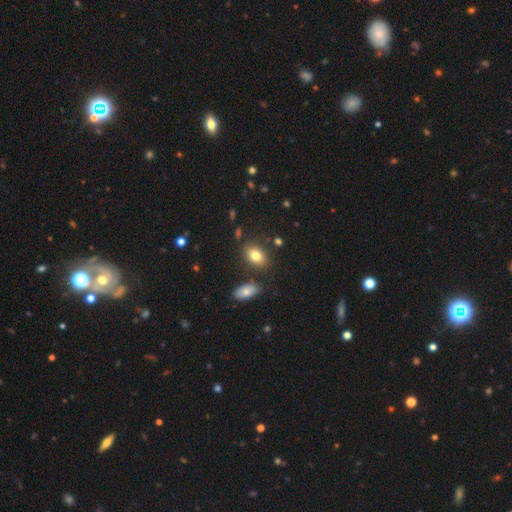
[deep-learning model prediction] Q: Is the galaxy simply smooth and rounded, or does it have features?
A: smooth — 81%.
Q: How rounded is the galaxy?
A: in between — 79%.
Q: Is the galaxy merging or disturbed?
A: none — 79%.